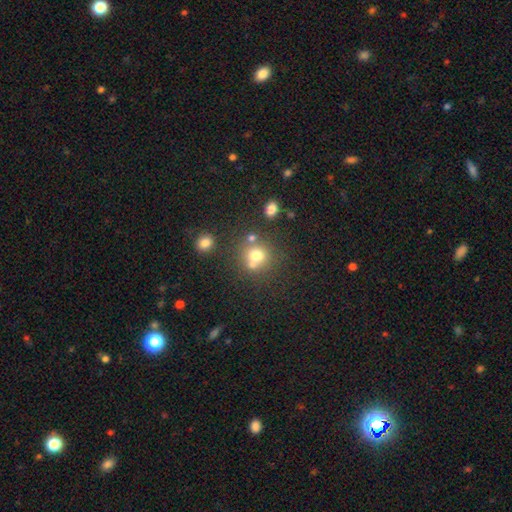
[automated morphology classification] Q: Smooth or featured?
A: smooth (71%); runner-up: star or artifact (15%)
Q: How rounded?
A: round (83%); runner-up: in between (16%)
Q: Merging?
A: none (54%); runner-up: merger (30%)